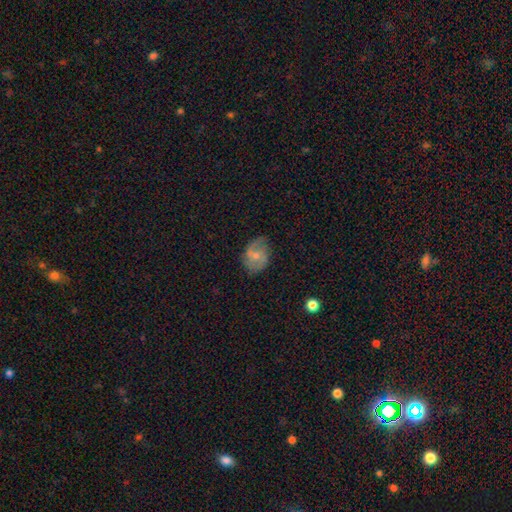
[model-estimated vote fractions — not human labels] The model was most divided on "bulge size": small: 47%, moderate: 45%, none: 5%, large: 2%, dominant: 1%. More confident: edge-on disk — no (97%); spiral arms — yes (81%); merging — none (64%); smooth or featured — featured or disk (53%); bar — no (51%).